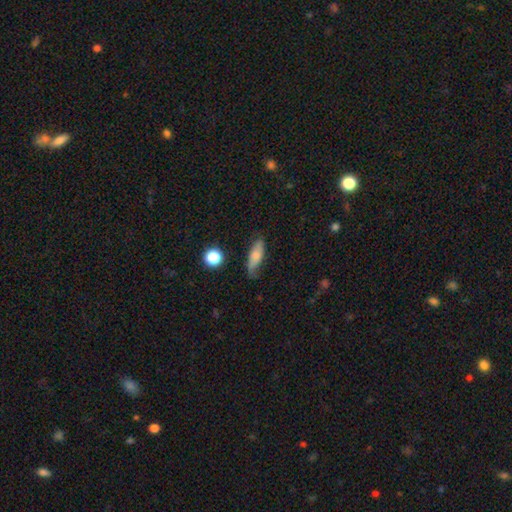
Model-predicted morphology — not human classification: type=smooth (72%); roundness=in between (63%); merging=none (65%).